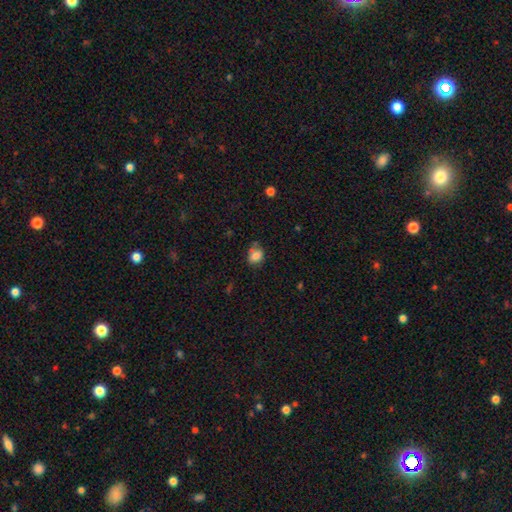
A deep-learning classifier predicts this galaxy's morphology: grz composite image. It shows a smooth galaxy with no disk features (80%) that is round (50%). Merging: none (61%).